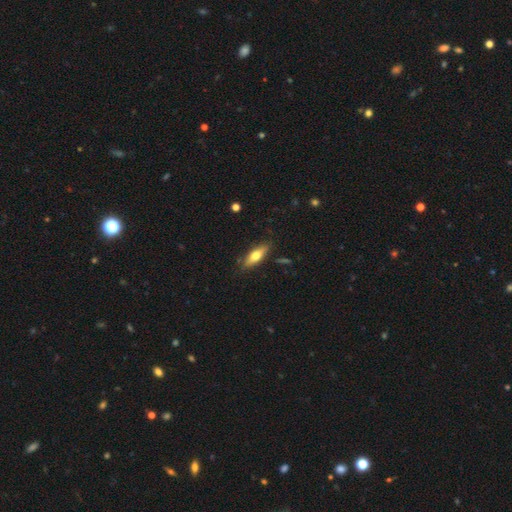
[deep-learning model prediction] Smooth or featured? smooth (60%)
How rounded? in between (54%)
Merging? none (83%)